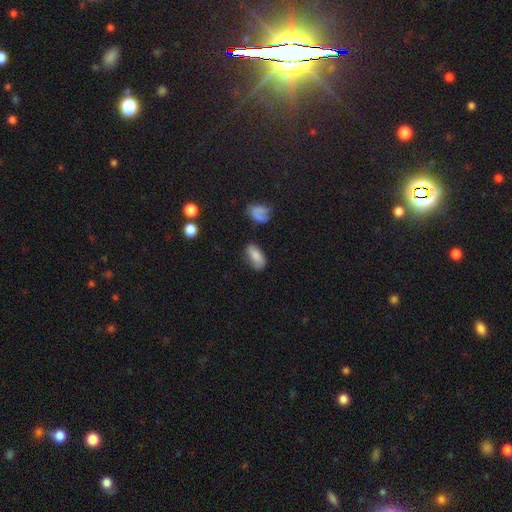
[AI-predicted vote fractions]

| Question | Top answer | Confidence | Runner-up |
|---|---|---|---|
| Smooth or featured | smooth | 81% | featured or disk (10%) |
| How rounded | in between | 91% | cigar-shaped (5%) |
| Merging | none | 68% | minor disturbance (22%) |